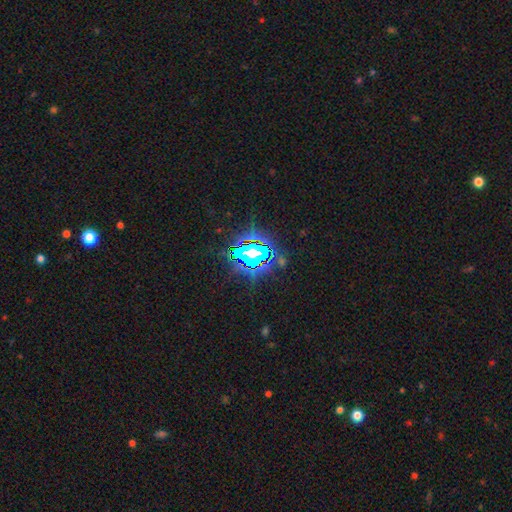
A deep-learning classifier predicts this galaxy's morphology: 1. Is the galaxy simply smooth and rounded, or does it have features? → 68% star or artifact, 17% smooth, 15% featured or disk.